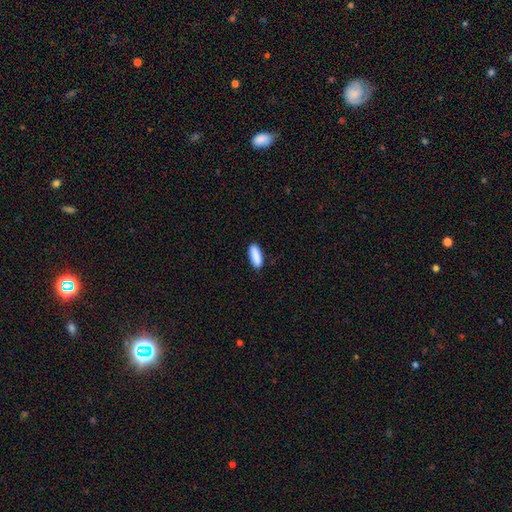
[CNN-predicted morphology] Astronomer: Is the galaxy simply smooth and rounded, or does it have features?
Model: smooth — 89%.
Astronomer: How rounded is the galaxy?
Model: in between — 58% (runner-up: cigar-shaped, 40%).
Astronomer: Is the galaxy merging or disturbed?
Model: none — 88%.